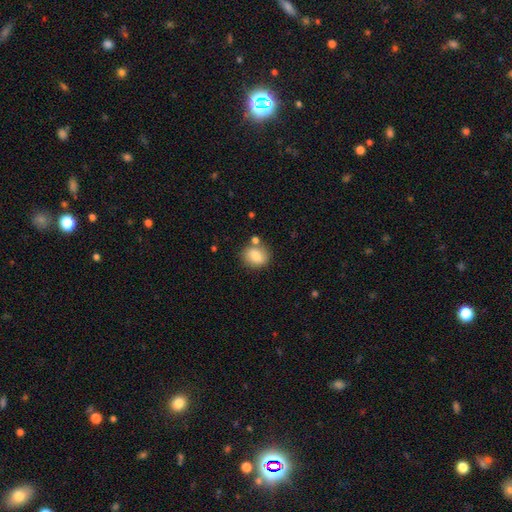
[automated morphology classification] Overall: smooth (80%). How rounded: round (62%; in between 37%). Merging: none (71%).